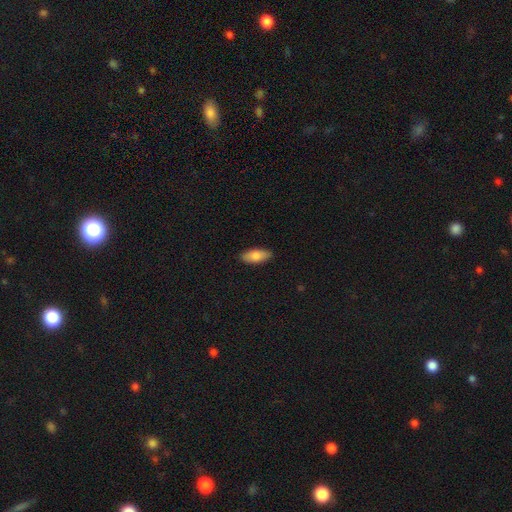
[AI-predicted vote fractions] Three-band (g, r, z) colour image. It shows a smooth galaxy with no disk features (83%) that is in between round and cigar-shaped (83%). Merging: none (88%).